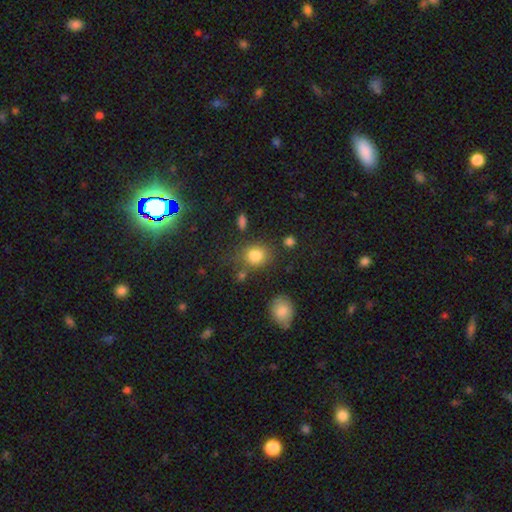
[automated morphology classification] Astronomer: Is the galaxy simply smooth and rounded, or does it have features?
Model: smooth — 83%.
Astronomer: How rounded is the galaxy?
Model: round — 66%.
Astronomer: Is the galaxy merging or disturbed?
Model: none — 71%.